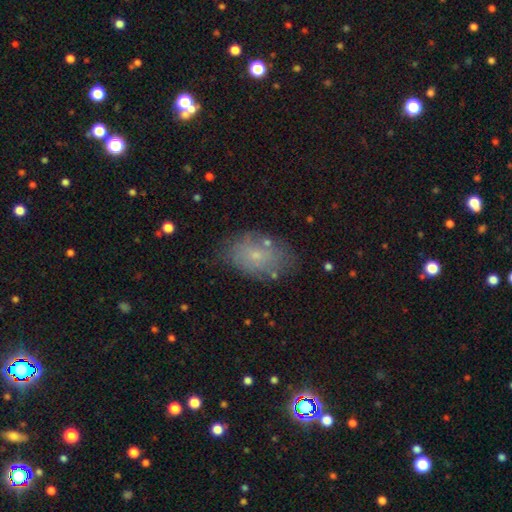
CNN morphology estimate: Smooth or featured? smooth (63%)
How rounded? in between (86%)
Merging? none (69%)